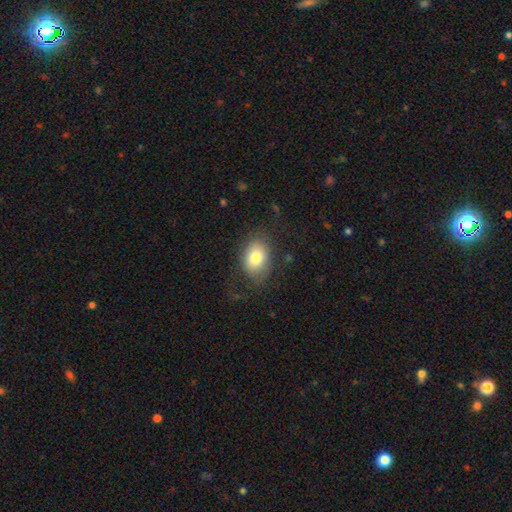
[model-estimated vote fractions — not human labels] Smooth or featured: smooth — 77% (featured or disk — 14%)
How rounded: in between — 74% (round — 25%)
Merging: none — 75% (minor disturbance — 17%)